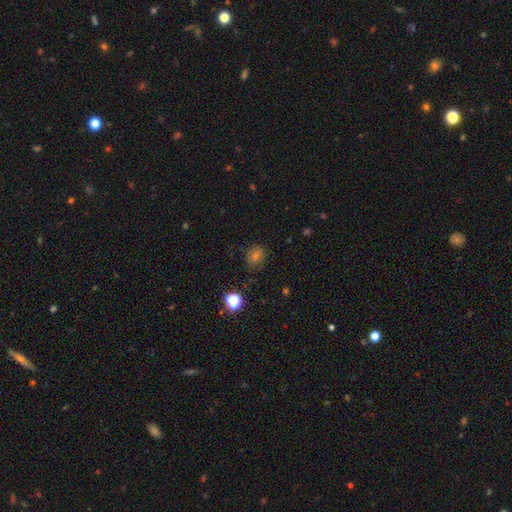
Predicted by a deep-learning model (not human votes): Smooth or featured?
  - smooth: 54% *
  - star or artifact: 31%
  - featured or disk: 16%
How rounded?
  - round: 67% *
  - in between: 32%
  - cigar-shaped: 1%
Merging?
  - none: 73% *
  - minor disturbance: 18%
  - major disturbance: 7%
  - merger: 2%